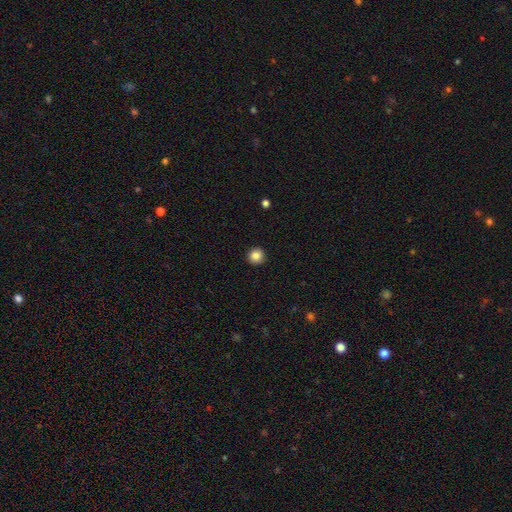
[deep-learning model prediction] Smooth or featured? smooth (86%)
How rounded? round (94%)
Merging? none (93%)